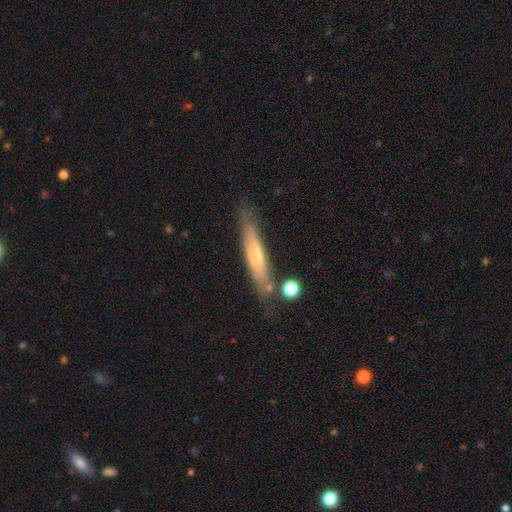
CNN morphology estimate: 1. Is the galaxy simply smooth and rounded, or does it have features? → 47% smooth, 46% featured or disk, 7% star or artifact.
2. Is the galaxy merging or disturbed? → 73% none, 17% minor disturbance, 6% merger, 4% major disturbance.